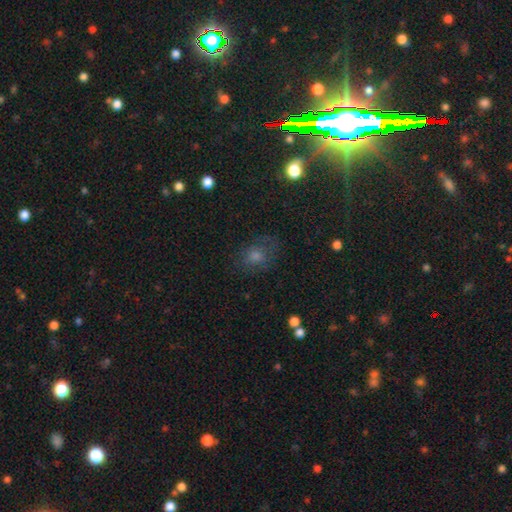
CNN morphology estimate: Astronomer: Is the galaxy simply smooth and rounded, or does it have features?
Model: smooth — 49% (runner-up: star or artifact, 30%).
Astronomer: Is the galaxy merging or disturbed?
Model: none — 67%.